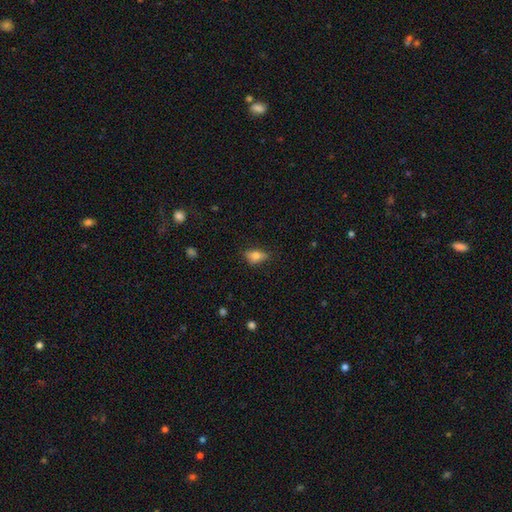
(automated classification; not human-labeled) Smooth or featured?
  - smooth: 74% *
  - featured or disk: 16%
  - star or artifact: 10%
How rounded?
  - in between: 82% *
  - round: 9%
  - cigar-shaped: 9%
Merging?
  - none: 70% *
  - minor disturbance: 23%
  - major disturbance: 6%
  - merger: 2%